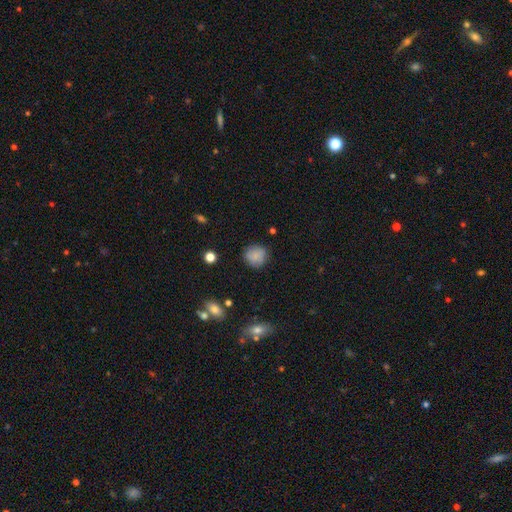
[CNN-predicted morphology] smooth 83%, star or artifact 9%, featured or disk 7%. Down the decision tree: how rounded — round (86%); merging — none (81%).